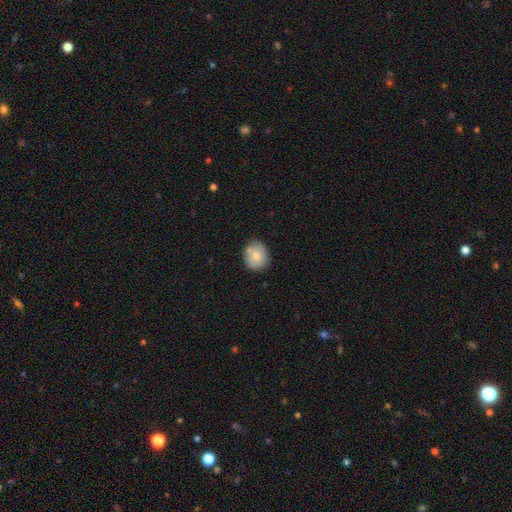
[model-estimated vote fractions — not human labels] Smooth or featured? Predicted: smooth (p=0.75). How rounded? Predicted: round (p=0.80). Merging? Predicted: none (p=0.74).